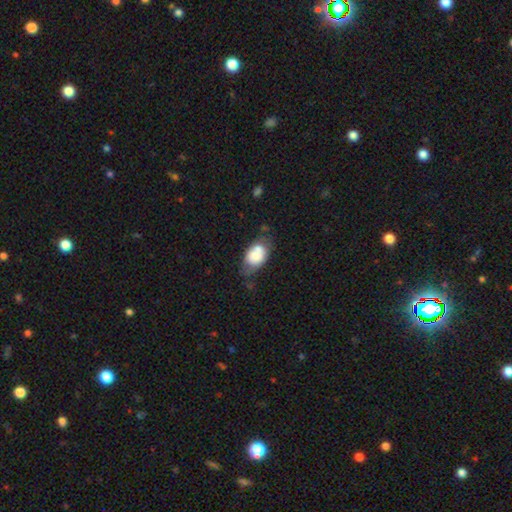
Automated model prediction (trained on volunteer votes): This appears to be a smooth galaxy with no disk features (69%) that is in between round and cigar-shaped (83%). Merging: none (45%).